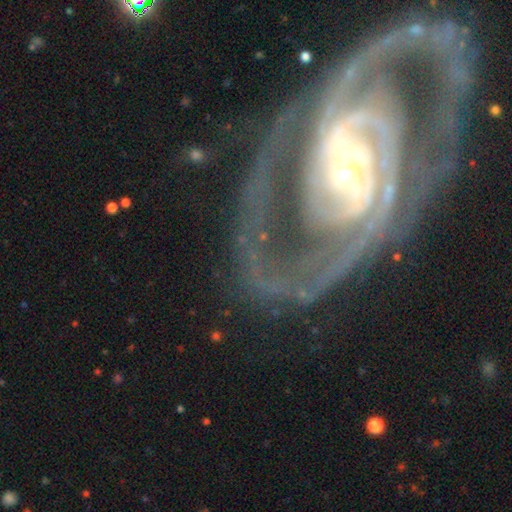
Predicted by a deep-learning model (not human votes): Smooth or featured? Predicted: featured or disk (p=0.87). Edge-on disk? Predicted: no (p=0.95). Bar? Predicted: strong (p=0.38). Spiral arms? Predicted: yes (p=0.92). Spiral winding? Predicted: tight (p=0.57). Spiral arm count? Predicted: 2 (p=0.46). Bulge size? Predicted: moderate (p=0.45). Merging? Predicted: none (p=0.62).